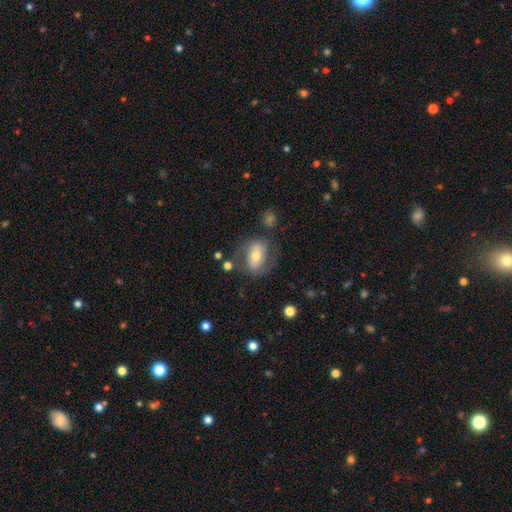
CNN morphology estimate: featured or disk 49%, smooth 43%, star or artifact 8%. Down the decision tree: merging — none (61%).